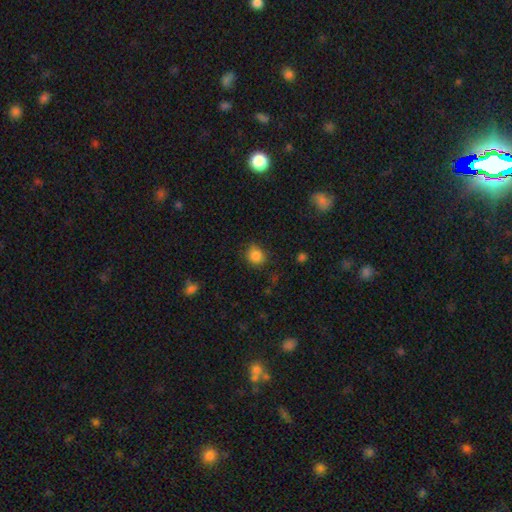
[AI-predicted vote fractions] Smooth or featured: smooth — 85% (star or artifact — 11%)
How rounded: round — 77% (in between — 22%)
Merging: none — 79% (minor disturbance — 15%)